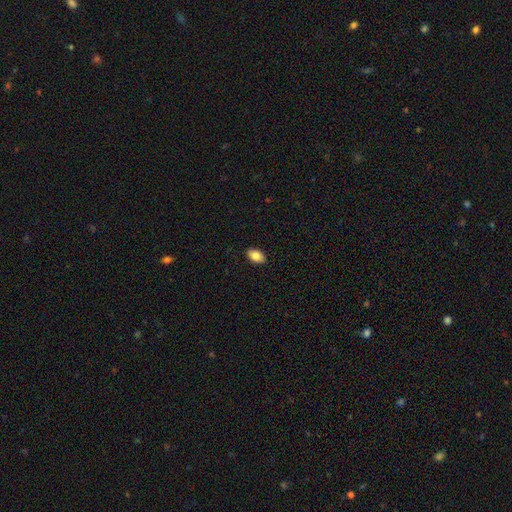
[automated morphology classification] This appears to be a smooth galaxy with no disk features (85%) that is in between round and cigar-shaped (92%). Merging: none (90%).